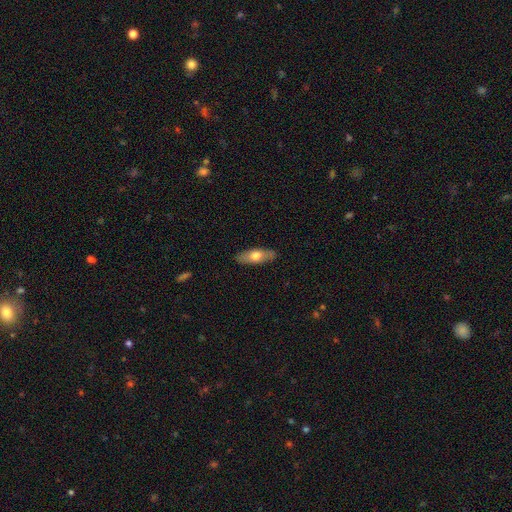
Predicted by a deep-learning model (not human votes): A smooth galaxy with no disk features (63%) that is in between round and cigar-shaped (68%). Merging: none (86%).